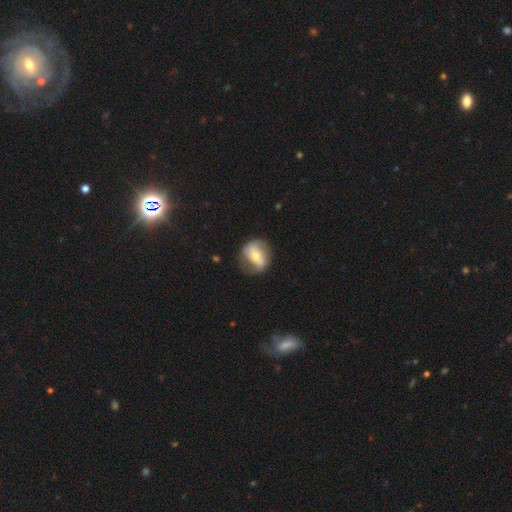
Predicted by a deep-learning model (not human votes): Morphology: type=featured or disk (53%); edge-on=no (93%); merging=none (64%).